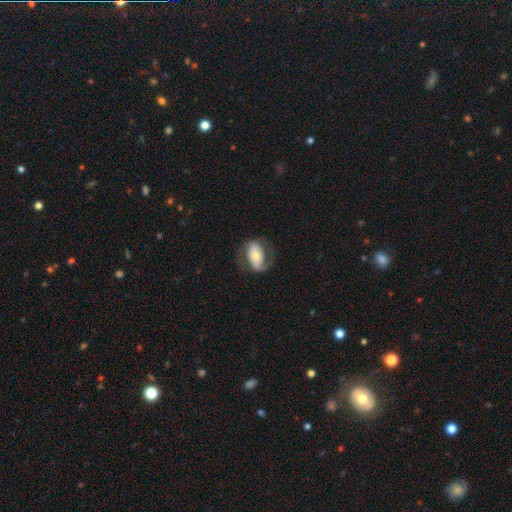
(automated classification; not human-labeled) Smooth or featured? Predicted: featured or disk (p=0.59). Edge-on disk? Predicted: no (p=0.94). Bar? Predicted: no (p=0.53). Spiral arms? Predicted: yes (p=0.73). Bulge size? Predicted: moderate (p=0.59). Merging? Predicted: none (p=0.62).